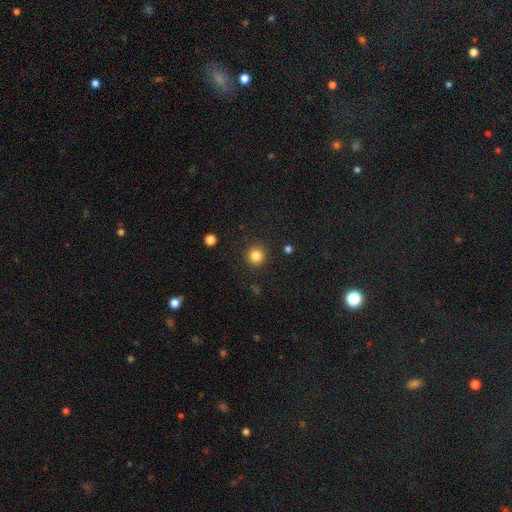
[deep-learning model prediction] Smooth or featured: smooth — 84% (star or artifact — 11%)
How rounded: round — 94% (in between — 5%)
Merging: none — 91% (minor disturbance — 6%)